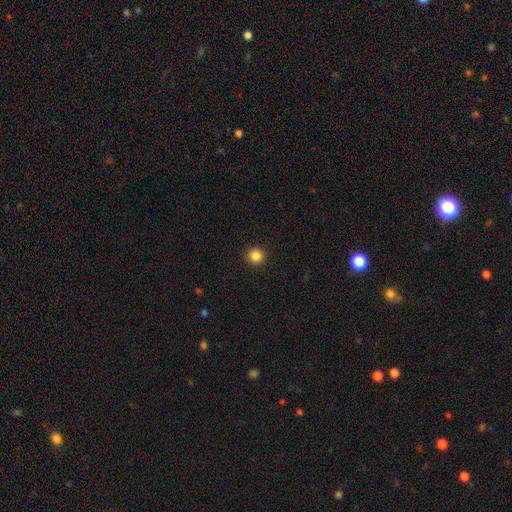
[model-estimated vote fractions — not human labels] This appears to be a smooth galaxy with no disk features (86%) that is round (94%). Merging: none (92%).